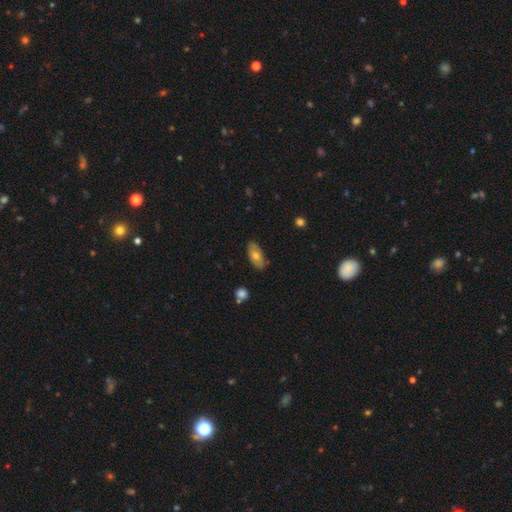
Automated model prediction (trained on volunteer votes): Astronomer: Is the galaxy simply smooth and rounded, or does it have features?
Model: smooth — 65%.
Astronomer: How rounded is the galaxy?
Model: in between — 89%.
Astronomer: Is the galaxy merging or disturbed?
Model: none — 81%.